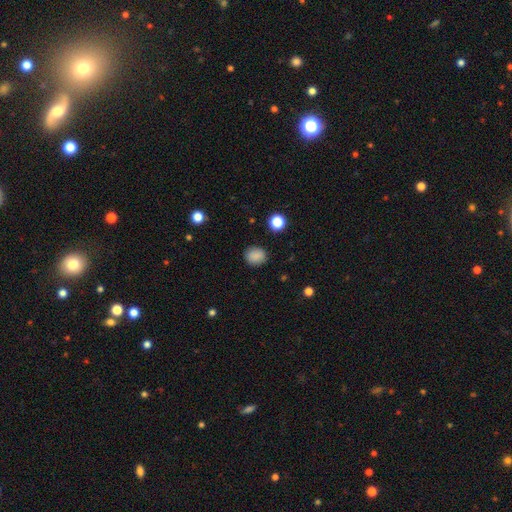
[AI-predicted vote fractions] Smooth or featured?
  - smooth: 86% *
  - star or artifact: 10%
  - featured or disk: 4%
How rounded?
  - round: 68% *
  - in between: 31%
  - cigar-shaped: 1%
Merging?
  - none: 86% *
  - minor disturbance: 10%
  - major disturbance: 3%
  - merger: 1%